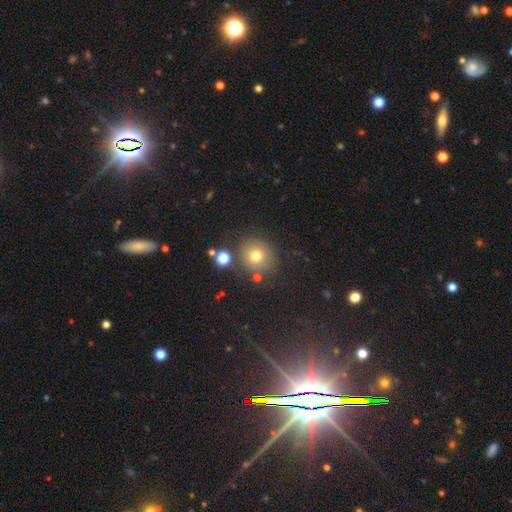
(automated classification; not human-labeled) smooth 73%, star or artifact 15%, featured or disk 12%. Down the decision tree: how rounded — round (87%); merging — none (79%).